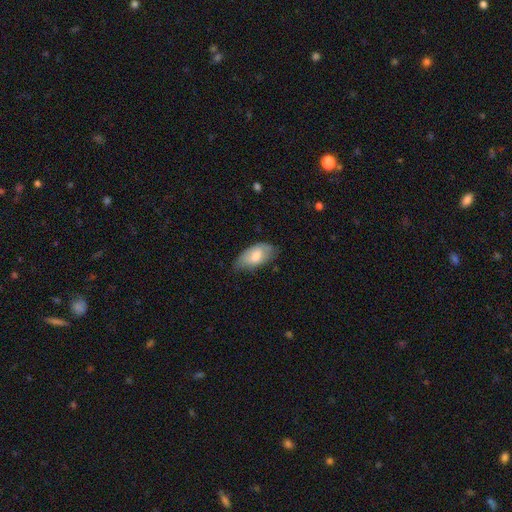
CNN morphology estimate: This is likely a smooth galaxy (71%). How rounded: clearly in between (94%). Merging: possibly none (53%).